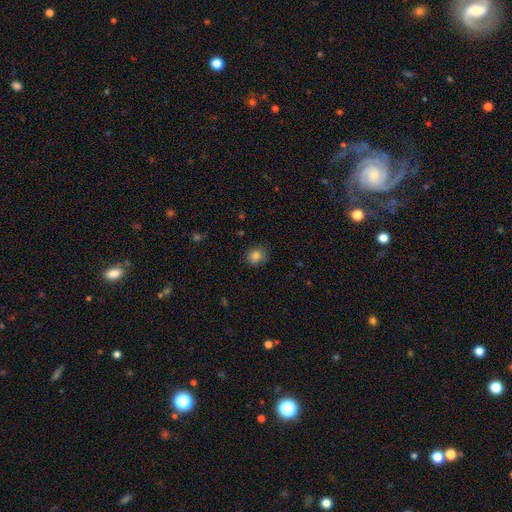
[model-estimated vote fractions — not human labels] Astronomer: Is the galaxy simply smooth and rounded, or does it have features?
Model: smooth — 84%.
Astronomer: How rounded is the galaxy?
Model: round — 79%.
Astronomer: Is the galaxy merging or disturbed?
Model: none — 82%.